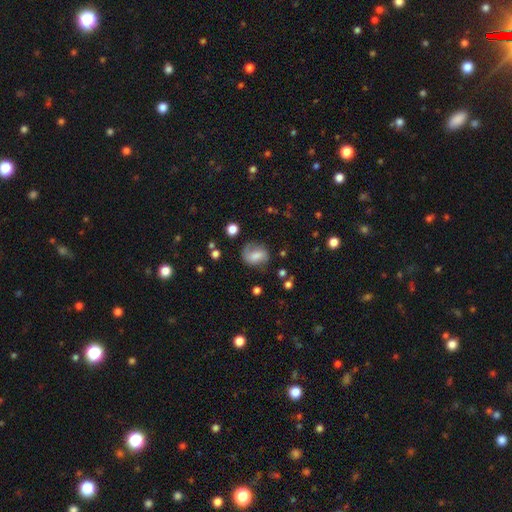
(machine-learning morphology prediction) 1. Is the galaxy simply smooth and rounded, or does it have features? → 54% smooth, 35% featured or disk, 10% star or artifact.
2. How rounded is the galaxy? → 50% round, 49% in between, 1% cigar-shaped.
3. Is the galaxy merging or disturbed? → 55% none, 26% minor disturbance, 16% major disturbance, 3% merger.